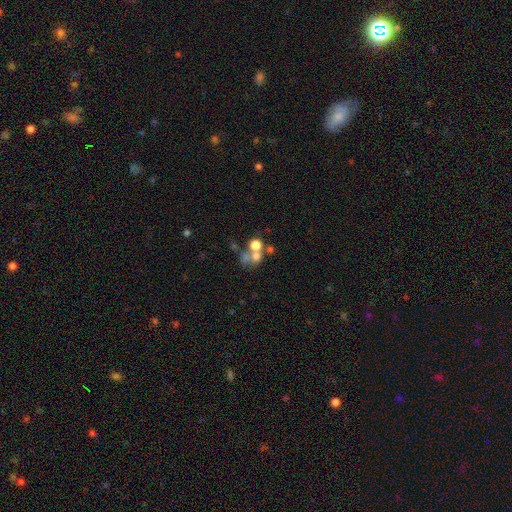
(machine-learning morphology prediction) type=smooth (59%); roundness=round (78%); merging=merger (53%).